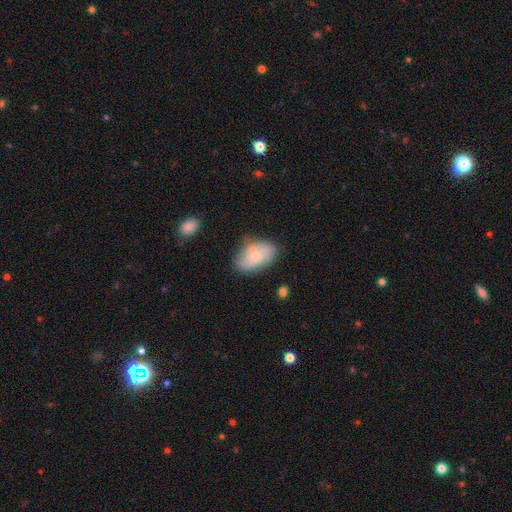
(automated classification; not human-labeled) Q: Smooth or featured?
A: smooth (65%); runner-up: featured or disk (28%)
Q: How rounded?
A: in between (91%); runner-up: round (7%)
Q: Merging?
A: none (60%); runner-up: minor disturbance (25%)